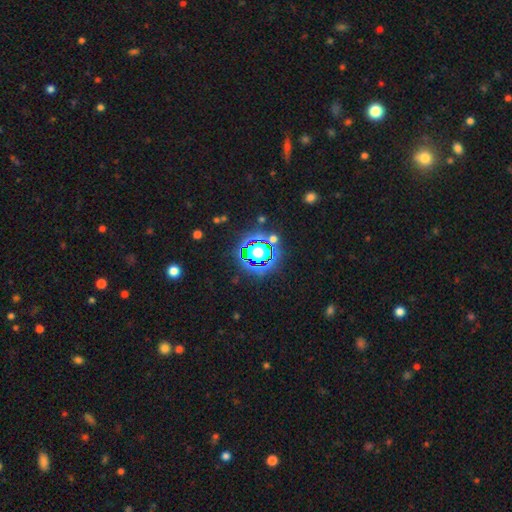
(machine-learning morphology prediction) smooth_or_featured: star or artifact (p=0.77) [alt: smooth p=0.15]